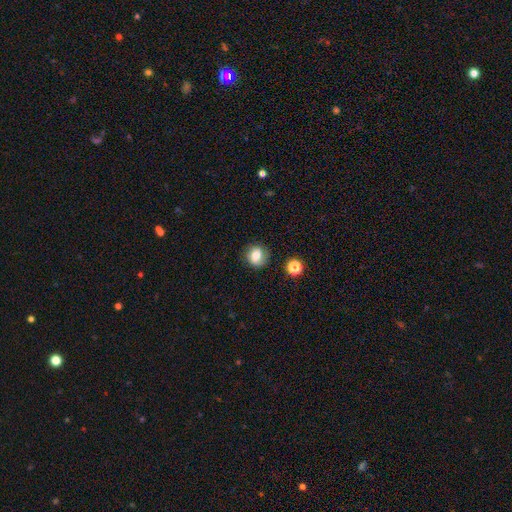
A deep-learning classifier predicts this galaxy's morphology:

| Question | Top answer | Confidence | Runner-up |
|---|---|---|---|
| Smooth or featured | smooth | 68% | featured or disk (20%) |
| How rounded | round | 82% | in between (17%) |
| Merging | none | 78% | minor disturbance (15%) |